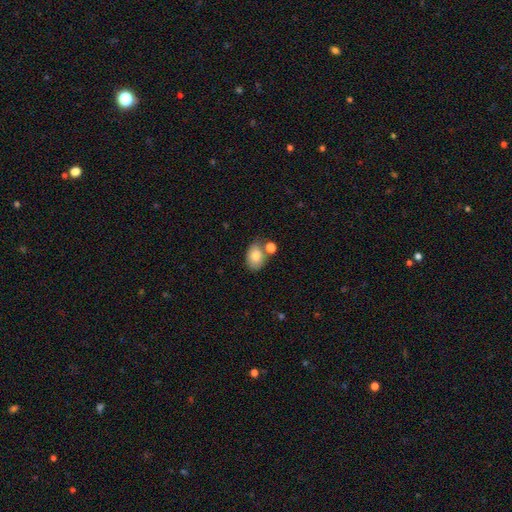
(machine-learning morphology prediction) smooth 82%, featured or disk 10%, star or artifact 8%. Down the decision tree: how rounded — in between (79%); merging — none (56%).